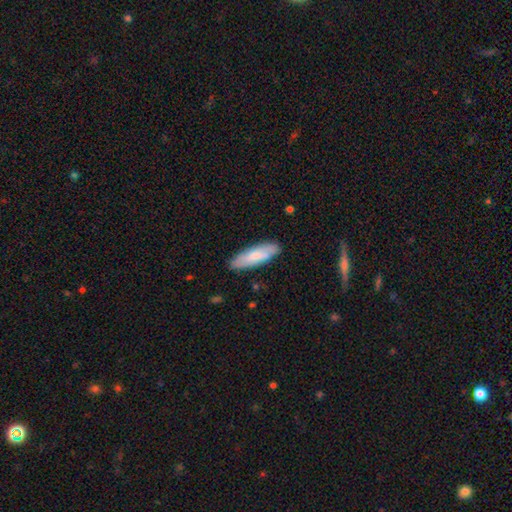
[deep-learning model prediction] A smooth galaxy with no disk features (72%) that is in between round and cigar-shaped (49%, tied with cigar-shaped). Merging: none (85%).